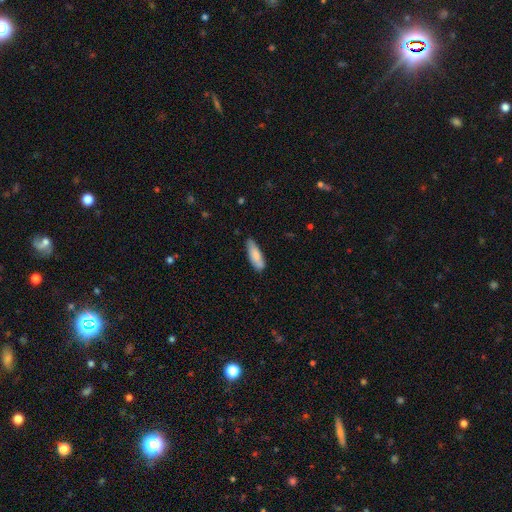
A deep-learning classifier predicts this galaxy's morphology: Overall: smooth (81%). How rounded: in between (55%; cigar-shaped 43%). Merging: none (76%).